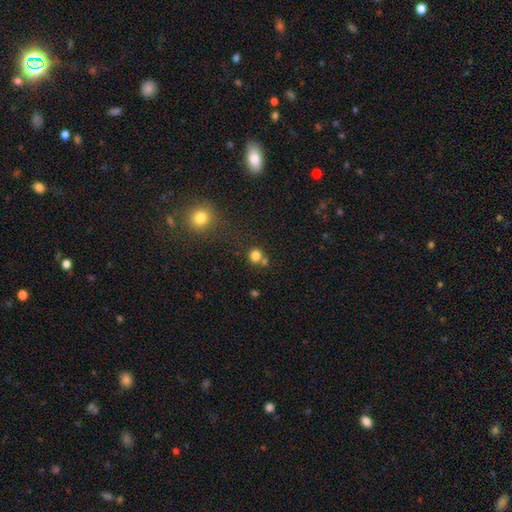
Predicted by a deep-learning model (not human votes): This is likely a smooth galaxy (80%). How rounded: clearly round (86%). Merging: likely none (62%).